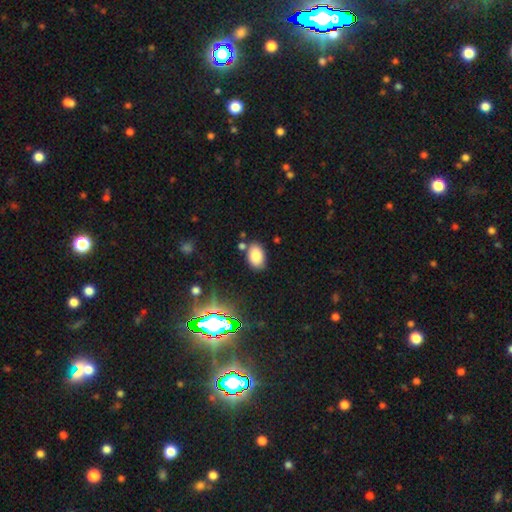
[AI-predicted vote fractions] Smooth or featured?
  - smooth: 82% *
  - star or artifact: 11%
  - featured or disk: 7%
How rounded?
  - in between: 88% *
  - round: 11%
  - cigar-shaped: 1%
Merging?
  - none: 80% *
  - minor disturbance: 12%
  - merger: 6%
  - major disturbance: 3%